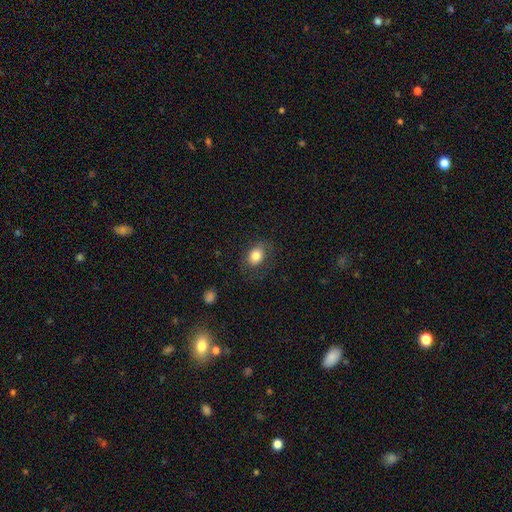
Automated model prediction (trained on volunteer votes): The model was most divided on "how rounded": in between: 66%, round: 32%, cigar-shaped: 1%. More confident: smooth or featured — smooth (80%); merging — none (77%).